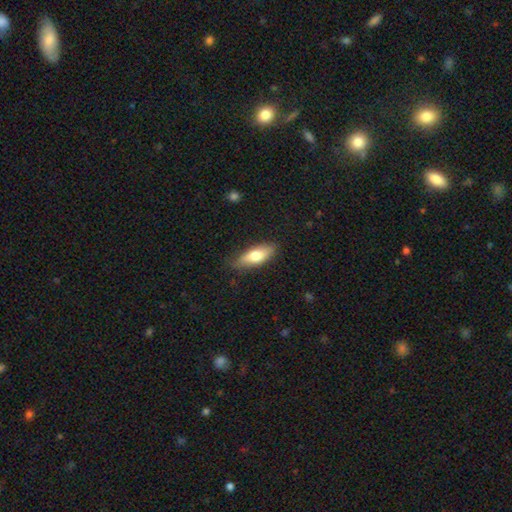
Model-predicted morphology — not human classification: A smooth galaxy with no disk features (69%) that is in between round and cigar-shaped (67%). Merging: none (78%).